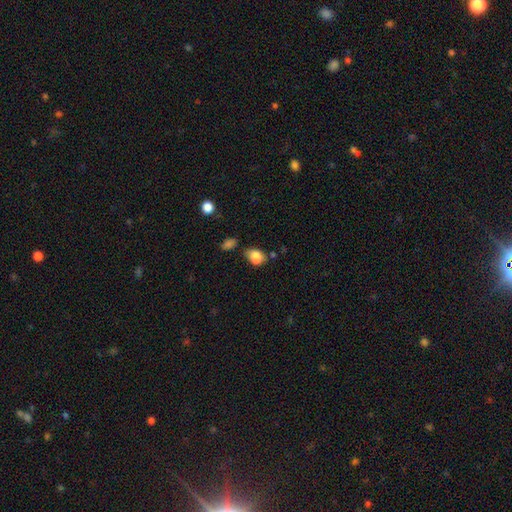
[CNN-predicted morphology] Smooth or featured?
  - smooth: 79% *
  - star or artifact: 11%
  - featured or disk: 10%
How rounded?
  - in between: 74% *
  - round: 24%
  - cigar-shaped: 1%
Merging?
  - none: 45% *
  - minor disturbance: 28%
  - merger: 16%
  - major disturbance: 10%